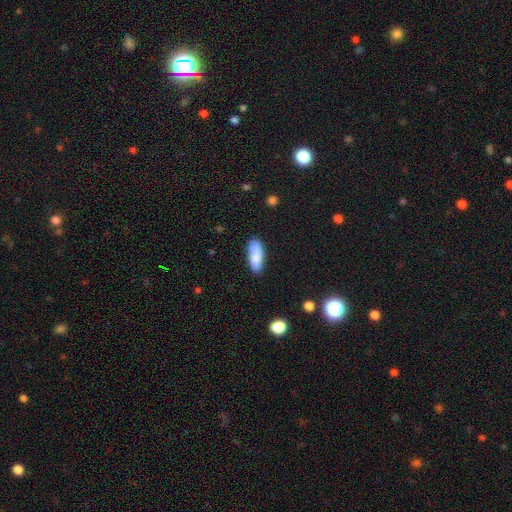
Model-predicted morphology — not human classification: A smooth galaxy with no disk features (84%) that is in between round and cigar-shaped (70%). Merging: none (75%).